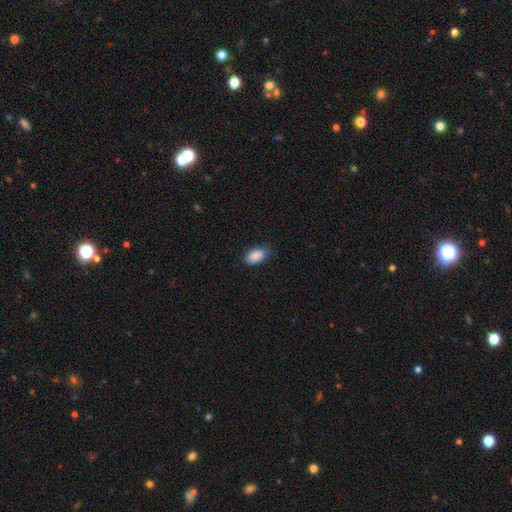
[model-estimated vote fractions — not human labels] Q: Smooth or featured?
A: smooth (89%); runner-up: star or artifact (7%)
Q: How rounded?
A: in between (92%); runner-up: round (6%)
Q: Merging?
A: none (75%); runner-up: minor disturbance (21%)